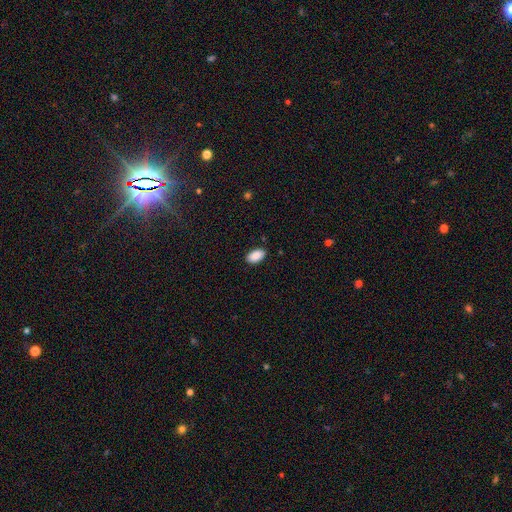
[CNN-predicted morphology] A smooth galaxy with no disk features (90%) that is in between round and cigar-shaped (94%). Merging: none (88%).